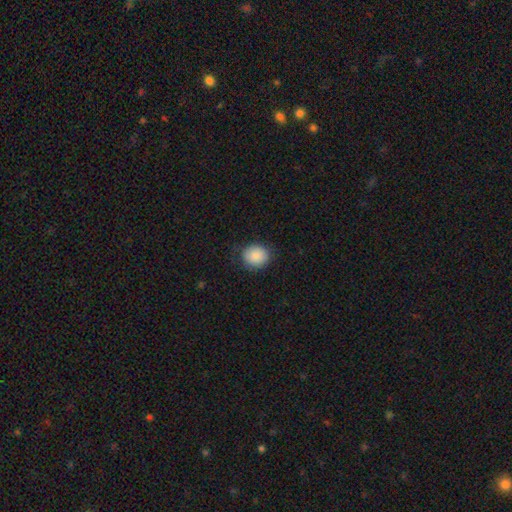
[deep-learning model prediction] The model was most divided on "how rounded": round: 70%, in between: 29%, cigar-shaped: 1%. More confident: smooth or featured — smooth (89%); merging — none (80%).